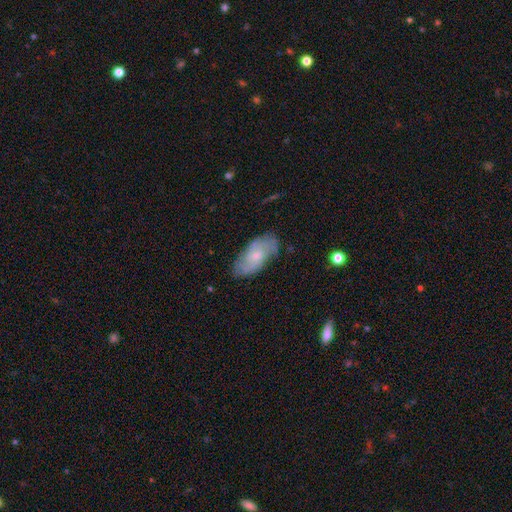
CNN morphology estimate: Smooth or featured: featured or disk — 59% (smooth — 34%)
Edge-on disk: no — 93% (yes — 7%)
Bar: no — 70% (weak — 27%)
Spiral arms: yes — 87% (no — 13%)
Bulge size: small — 60% (moderate — 32%)
Merging: none — 74% (minor disturbance — 19%)